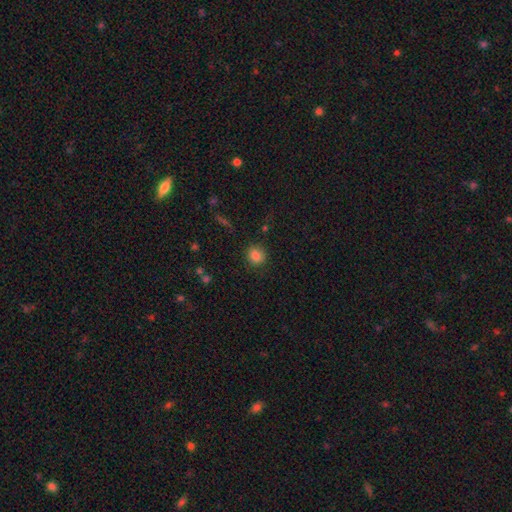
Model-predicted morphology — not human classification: Smooth or featured?
  - smooth: 83% *
  - star or artifact: 11%
  - featured or disk: 6%
How rounded?
  - round: 82% *
  - in between: 17%
  - cigar-shaped: 1%
Merging?
  - none: 87% *
  - minor disturbance: 9%
  - major disturbance: 3%
  - merger: 2%